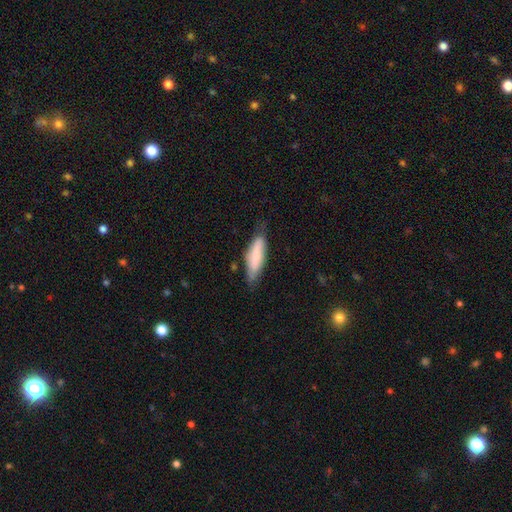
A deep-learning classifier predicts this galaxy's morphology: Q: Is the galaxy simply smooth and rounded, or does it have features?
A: smooth — 73%.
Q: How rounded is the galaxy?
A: cigar-shaped — 54%.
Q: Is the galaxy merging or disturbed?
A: none — 61%.